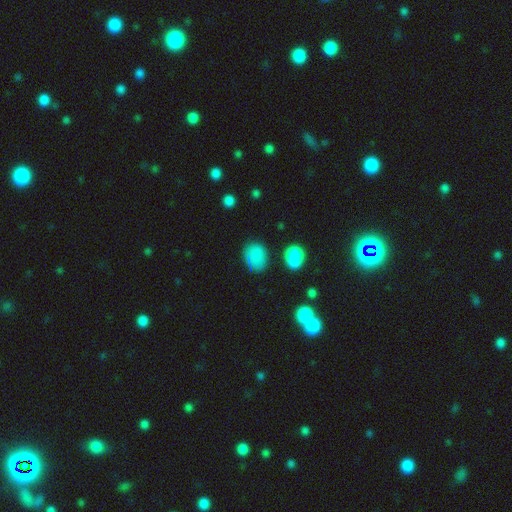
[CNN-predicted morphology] smooth 81%, star or artifact 12%, featured or disk 7%. Down the decision tree: how rounded — in between (61%); merging — none (69%).